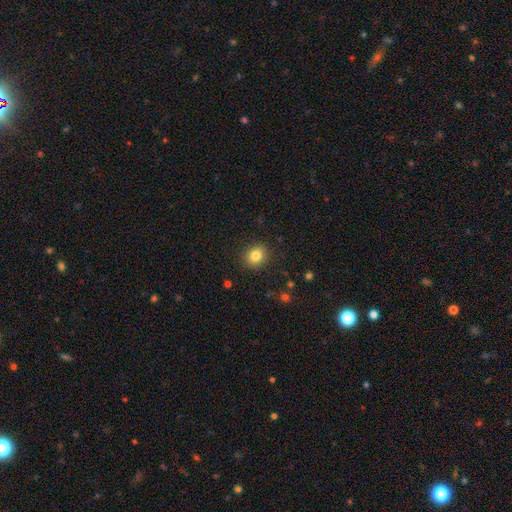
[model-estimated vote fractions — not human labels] smooth_or_featured: smooth (p=0.83) [alt: star or artifact p=0.11]
how_rounded: round (p=0.71) [alt: in between p=0.28]
merging: none (p=0.89) [alt: minor disturbance p=0.07]